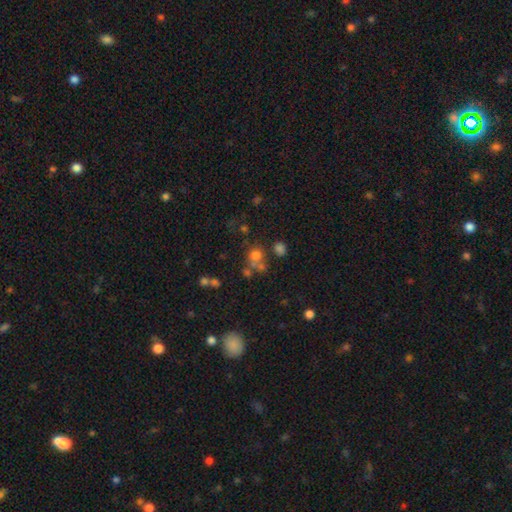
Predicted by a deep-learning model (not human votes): This appears to be a smooth galaxy with no disk features (67%) that is round (79%). Merging: none (49%).